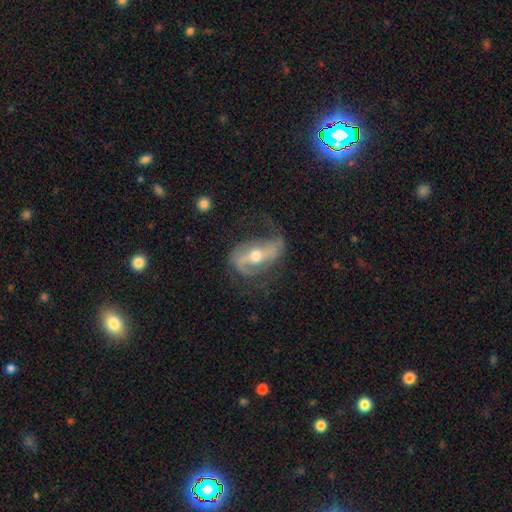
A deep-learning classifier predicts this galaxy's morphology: Smooth or featured? Predicted: featured or disk (p=0.82). Edge-on disk? Predicted: no (p=0.91). Bar? Predicted: strong (p=0.54). Spiral arms? Predicted: yes (p=0.89). Spiral winding? Predicted: loose (p=0.55). Spiral arm count? Predicted: 2 (p=0.85). Bulge size? Predicted: moderate (p=0.68). Merging? Predicted: none (p=0.57).